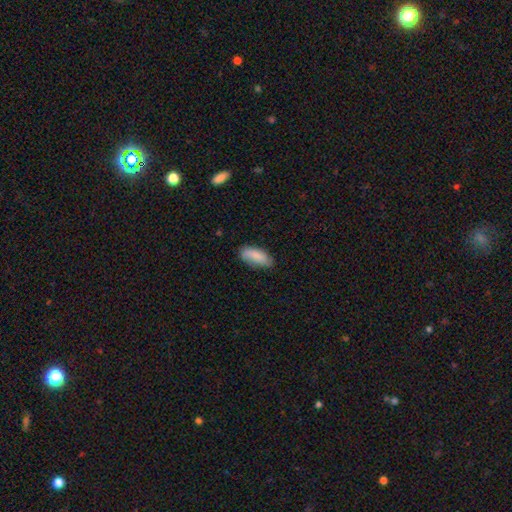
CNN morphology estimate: This appears to be a smooth galaxy with no disk features (80%) that is in between round and cigar-shaped (86%). Merging: none (70%).